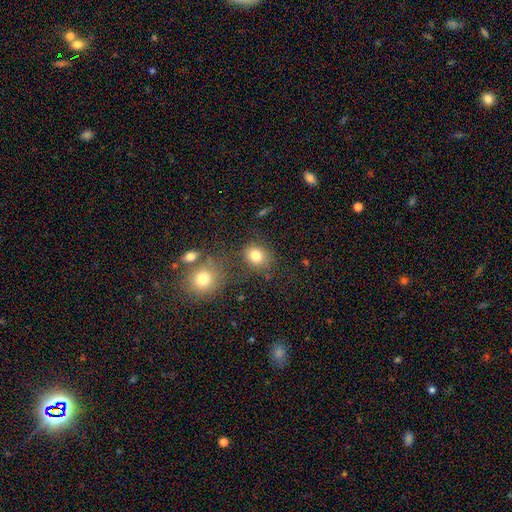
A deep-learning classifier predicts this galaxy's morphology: smooth 80%, star or artifact 12%, featured or disk 7%. Down the decision tree: how rounded — round (62%); merging — none (72%).